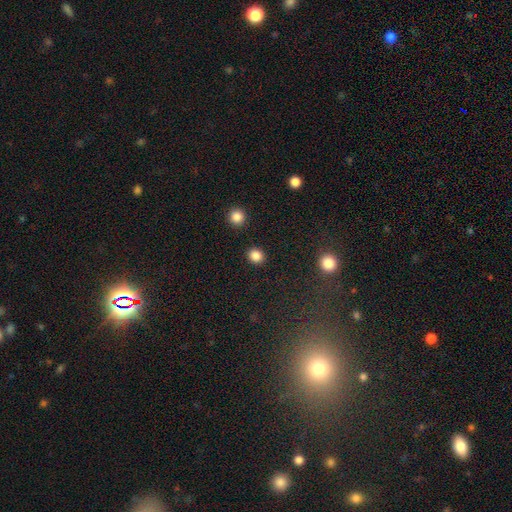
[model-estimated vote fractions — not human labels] A smooth galaxy with no disk features (86%) that is round (79%).

Vote fractions:
- Smooth or featured? smooth: 86% / star or artifact: 11% / featured or disk: 3%
- How rounded? round: 79% / in between: 21% / cigar-shaped: 1%
- Merging? none: 90% / minor disturbance: 6% / major disturbance: 2% / merger: 2%